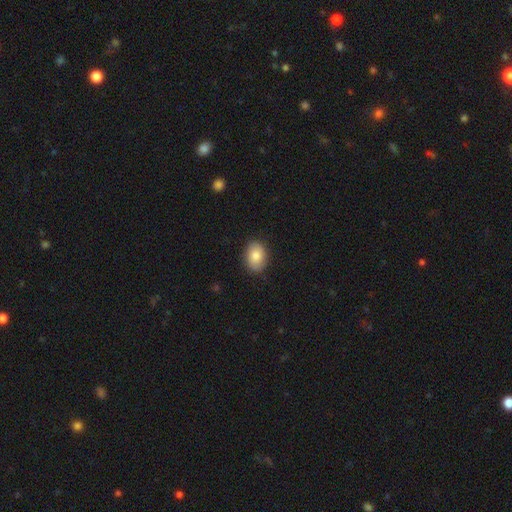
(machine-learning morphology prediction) Q: Smooth or featured?
A: smooth (83%); runner-up: featured or disk (10%)
Q: How rounded?
A: in between (74%); runner-up: round (25%)
Q: Merging?
A: none (86%); runner-up: minor disturbance (10%)